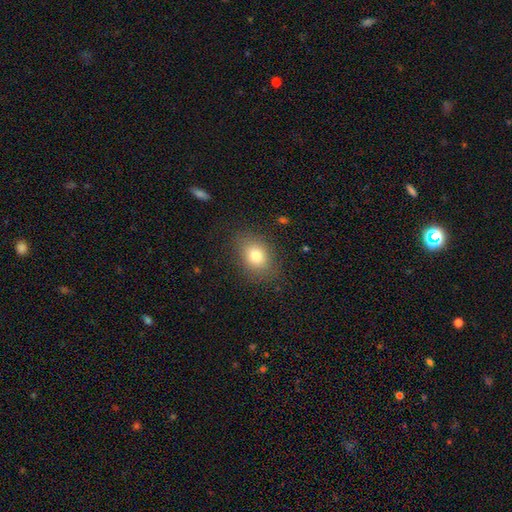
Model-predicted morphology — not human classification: type=smooth (78%); roundness=in between (67%); merging=none (81%).